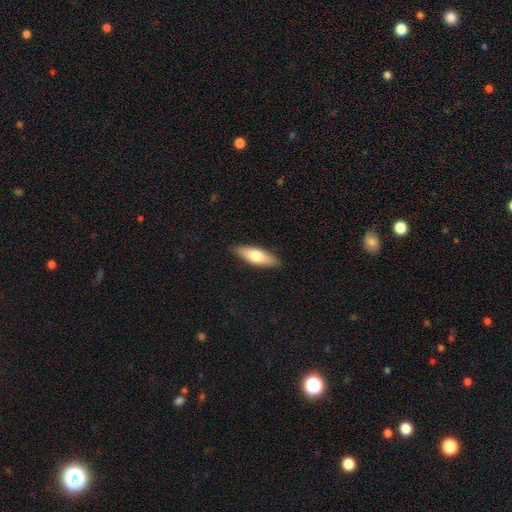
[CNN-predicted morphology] smooth-or-featured: smooth: 68% | featured or disk: 26% | star or artifact: 5%
  how-rounded: in between: 54% | cigar-shaped: 44% | round: 2%
  merging: none: 88% | minor disturbance: 9% | major disturbance: 2% | merger: 1%